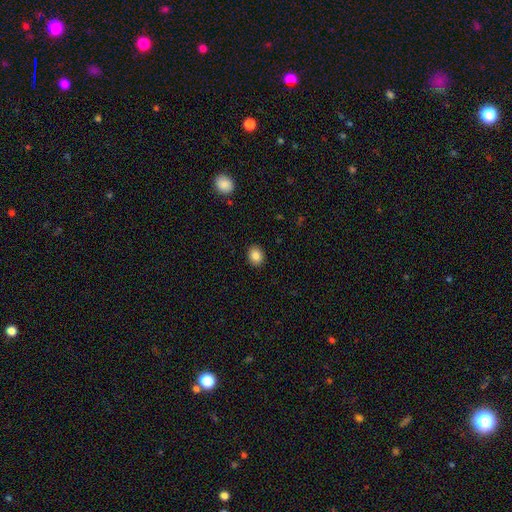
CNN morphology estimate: Smooth or featured? Predicted: smooth (p=0.86). How rounded? Predicted: round (p=0.51). Merging? Predicted: none (p=0.90).